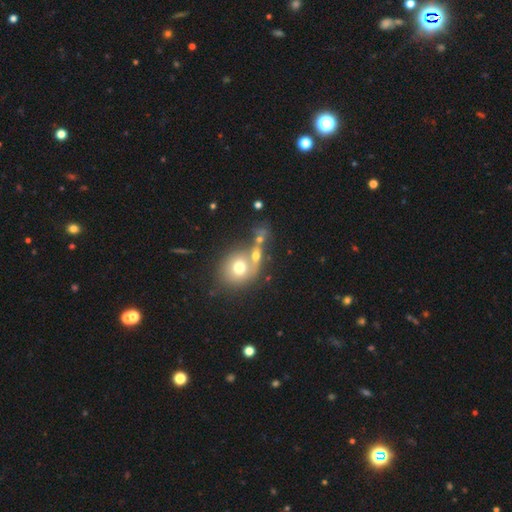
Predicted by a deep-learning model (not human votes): Morphology: type=smooth (63%); roundness=round (60%); merging=merger (54%).